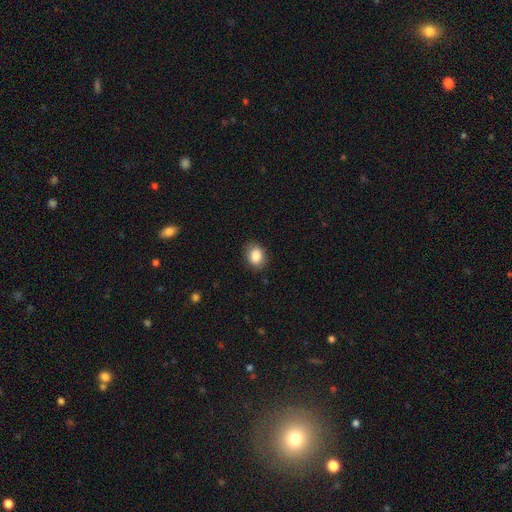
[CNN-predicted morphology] Smooth or featured? Predicted: smooth (p=0.86). How rounded? Predicted: in between (p=0.60). Merging? Predicted: none (p=0.83).